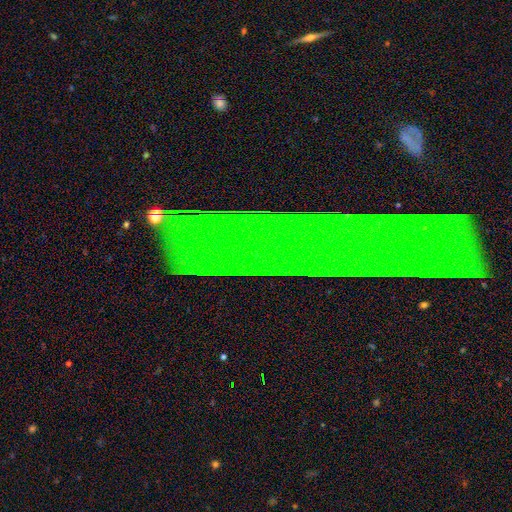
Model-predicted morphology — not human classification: Overall: star or artifact (66%).